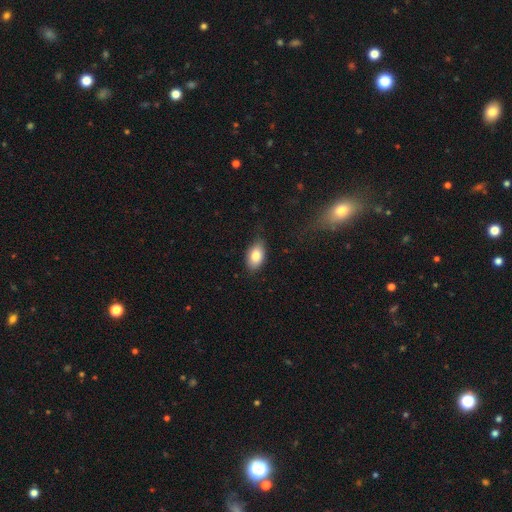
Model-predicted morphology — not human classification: Overall: smooth (84%). How rounded: in between (92%). Merging: none (76%).